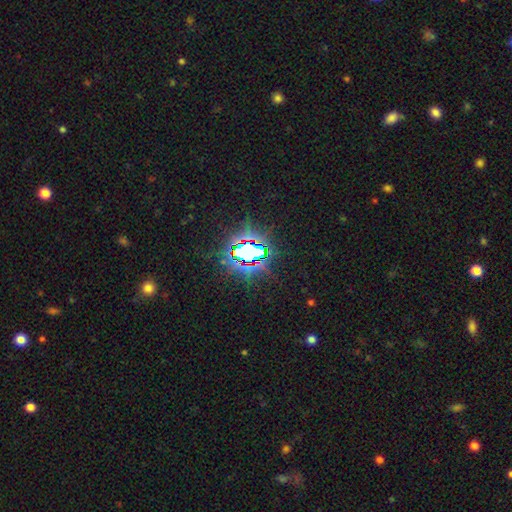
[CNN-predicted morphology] Smooth or featured? Predicted: star or artifact (p=0.82).